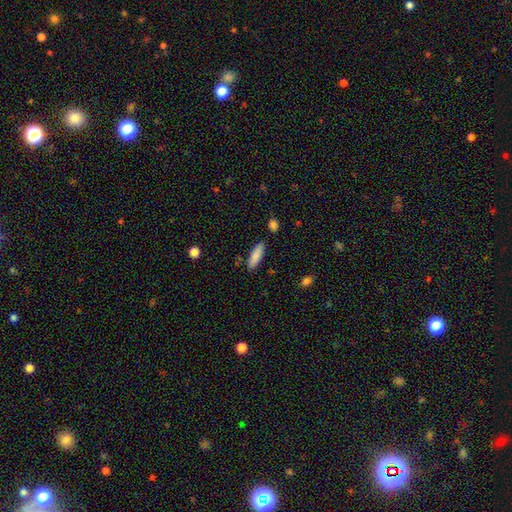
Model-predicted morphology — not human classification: Smooth or featured?
  - smooth: 86% *
  - featured or disk: 8%
  - star or artifact: 6%
How rounded?
  - cigar-shaped: 51% *
  - in between: 47%
  - round: 2%
Merging?
  - none: 84% *
  - minor disturbance: 11%
  - merger: 3%
  - major disturbance: 2%